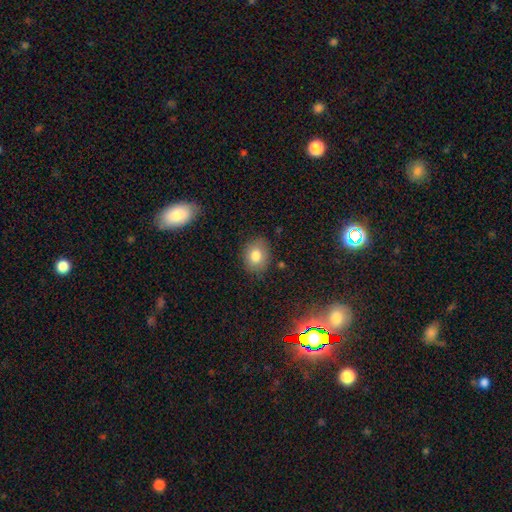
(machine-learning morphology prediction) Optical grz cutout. It shows a smooth galaxy with no disk features (80%) that is round (50%). Merging: none (82%).